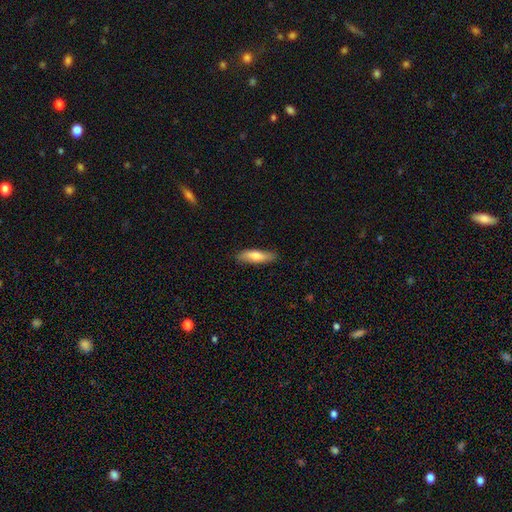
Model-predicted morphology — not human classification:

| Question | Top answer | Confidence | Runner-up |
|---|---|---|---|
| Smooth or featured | smooth | 74% | featured or disk (20%) |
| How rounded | cigar-shaped | 58% | in between (40%) |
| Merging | none | 84% | minor disturbance (13%) |